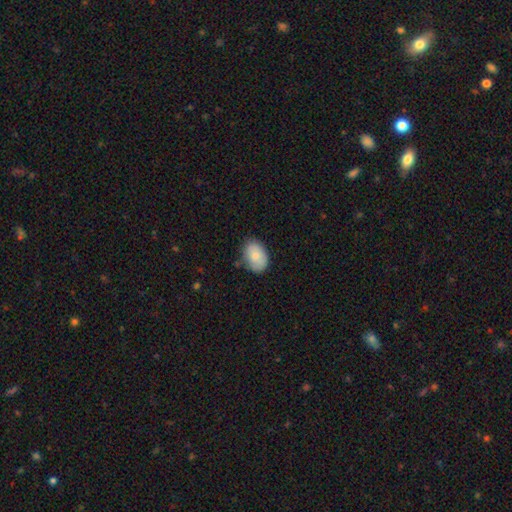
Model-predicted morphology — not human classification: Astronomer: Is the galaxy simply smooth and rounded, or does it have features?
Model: smooth — 80%.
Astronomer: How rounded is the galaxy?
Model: in between — 84%.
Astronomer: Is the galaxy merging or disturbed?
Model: none — 74%.